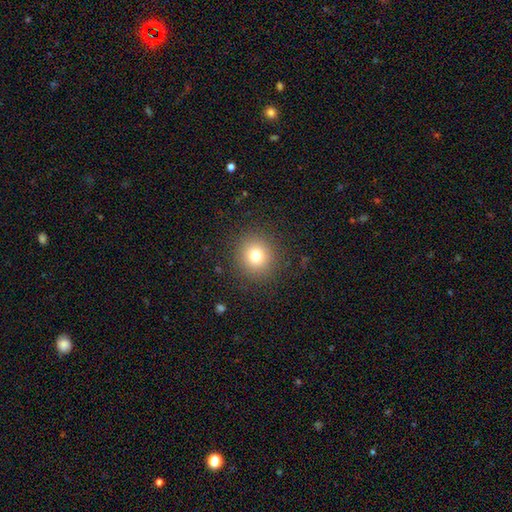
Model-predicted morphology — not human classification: The model was most divided on "smooth or featured": smooth: 77%, star or artifact: 14%, featured or disk: 9%. More confident: how rounded — round (92%); merging — none (90%).